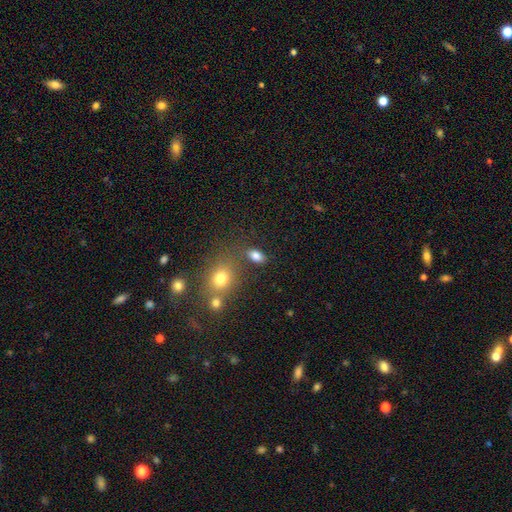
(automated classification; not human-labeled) smooth-or-featured: smooth: 82% | star or artifact: 12% | featured or disk: 6%
  how-rounded: in between: 86% | round: 12% | cigar-shaped: 2%
  merging: none: 73% | minor disturbance: 12% | merger: 10% | major disturbance: 5%